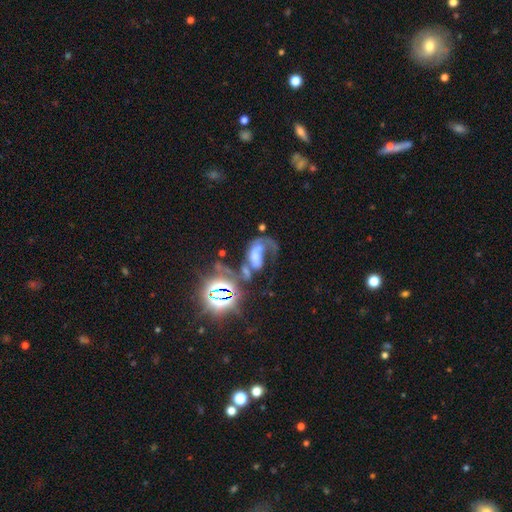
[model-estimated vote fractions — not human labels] This appears to be a featured or disk galaxy (58%) with no bar (56%), spiral arms (66%) and a moderate central bulge (37%). Merging: merger (36%).